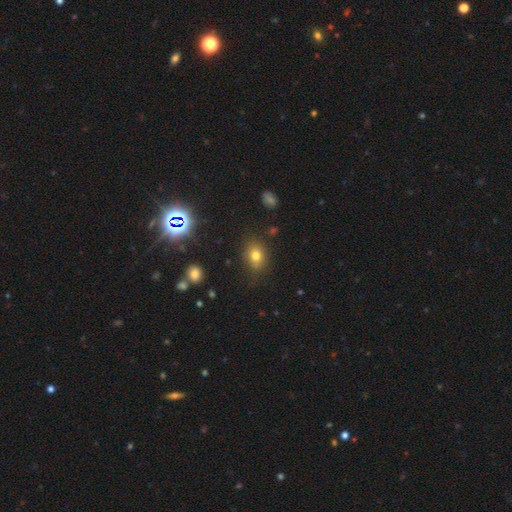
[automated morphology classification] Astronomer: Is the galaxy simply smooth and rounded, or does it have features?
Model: smooth — 75%.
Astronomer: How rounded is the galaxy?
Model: in between — 58% (runner-up: round, 40%).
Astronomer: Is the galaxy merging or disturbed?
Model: none — 79%.